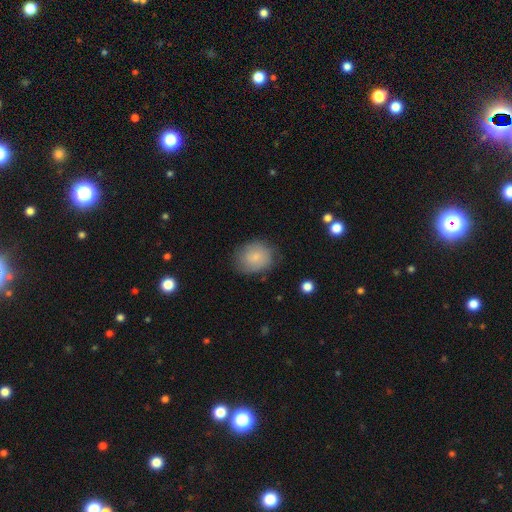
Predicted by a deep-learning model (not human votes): Smooth or featured? smooth (79%)
How rounded? round (55%)
Merging? none (74%)